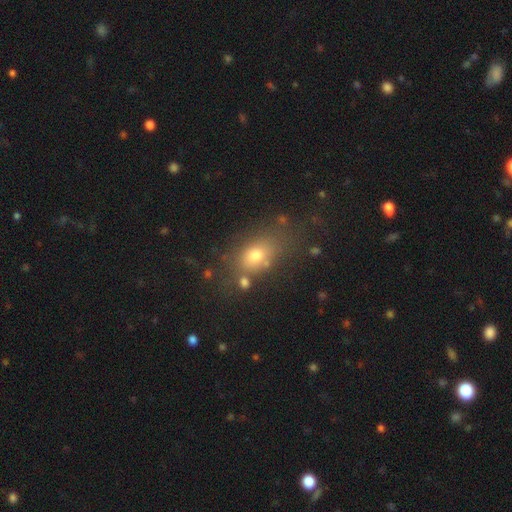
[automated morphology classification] smooth-or-featured: smooth: 73% | star or artifact: 14% | featured or disk: 13%
  how-rounded: in between: 74% | round: 23% | cigar-shaped: 3%
  merging: none: 63% | minor disturbance: 18% | merger: 10% | major disturbance: 10%